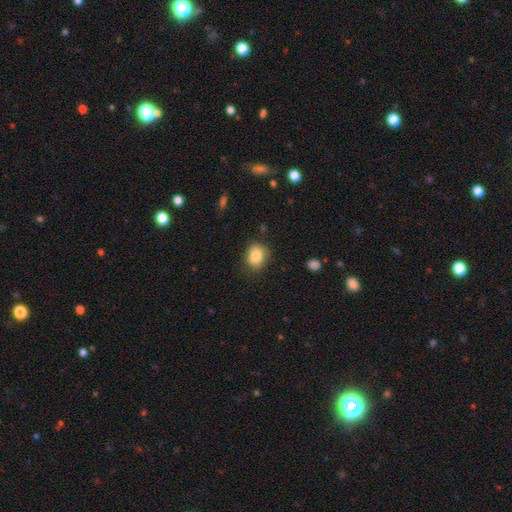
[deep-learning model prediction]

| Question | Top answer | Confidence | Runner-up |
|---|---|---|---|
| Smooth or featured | smooth | 86% | star or artifact (8%) |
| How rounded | round | 55% | in between (44%) |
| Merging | none | 75% | minor disturbance (18%) |